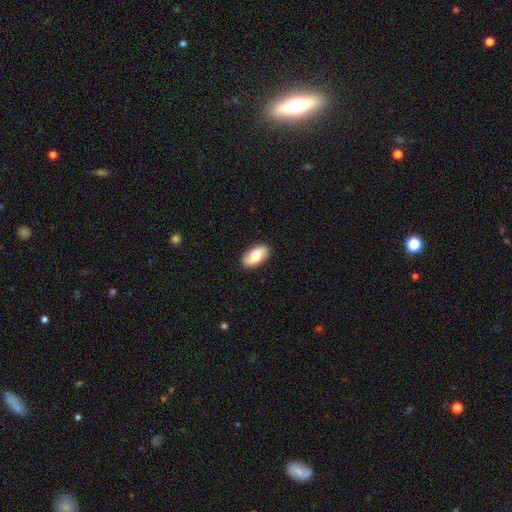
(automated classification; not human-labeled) Q: Smooth or featured?
A: smooth (75%); runner-up: featured or disk (18%)
Q: How rounded?
A: in between (93%); runner-up: cigar-shaped (5%)
Q: Merging?
A: none (87%); runner-up: minor disturbance (10%)